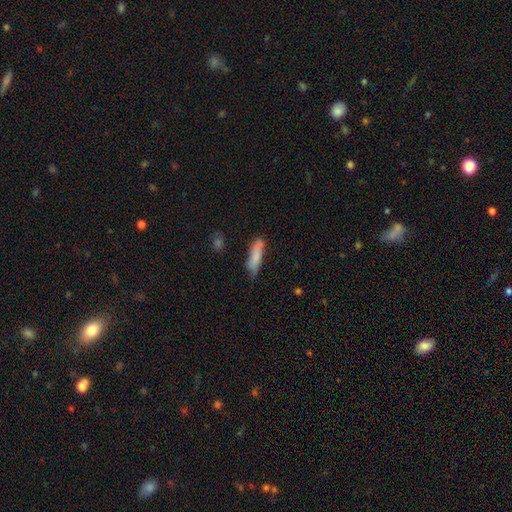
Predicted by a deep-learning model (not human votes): Smooth or featured: smooth — 78% (featured or disk — 15%)
How rounded: cigar-shaped — 73% (in between — 25%)
Merging: none — 58% (minor disturbance — 30%)